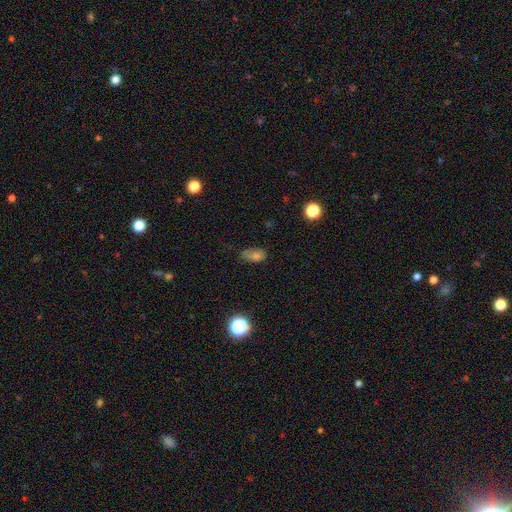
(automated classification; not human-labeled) Smooth or featured? smooth (68%)
How rounded? in between (83%)
Merging? none (53%)